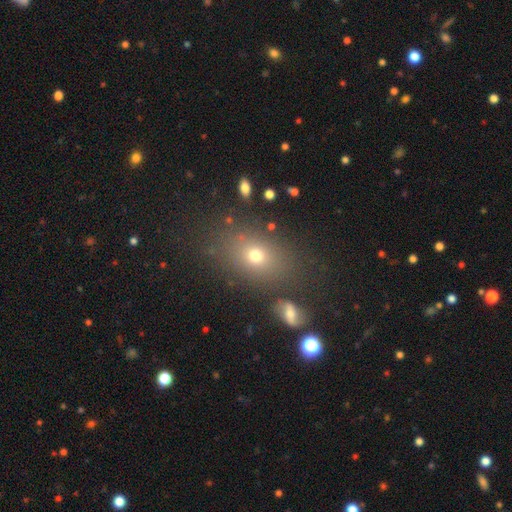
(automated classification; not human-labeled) smooth-or-featured: smooth: 69% | star or artifact: 17% | featured or disk: 14%
  how-rounded: in between: 67% | round: 31% | cigar-shaped: 2%
  merging: none: 76% | minor disturbance: 12% | merger: 7% | major disturbance: 6%